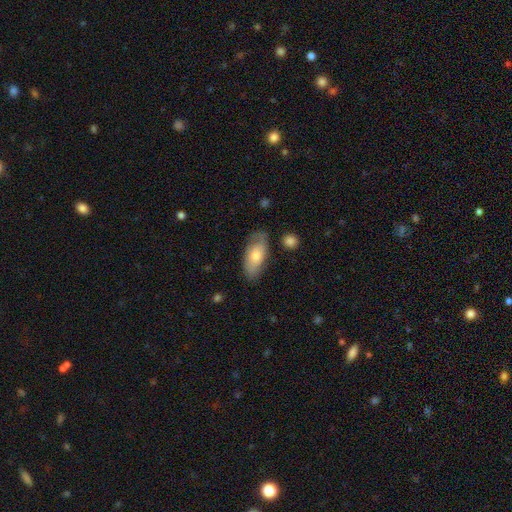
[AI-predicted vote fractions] Q: Smooth or featured?
A: smooth (64%); runner-up: featured or disk (30%)
Q: How rounded?
A: in between (88%); runner-up: cigar-shaped (9%)
Q: Merging?
A: none (72%); runner-up: minor disturbance (20%)